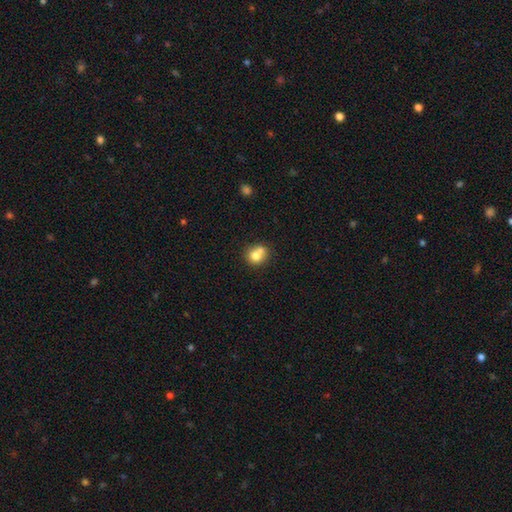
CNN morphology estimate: Q: Smooth or featured?
A: smooth (74%); runner-up: featured or disk (16%)
Q: How rounded?
A: round (80%); runner-up: in between (19%)
Q: Merging?
A: merger (44%); runner-up: none (43%)